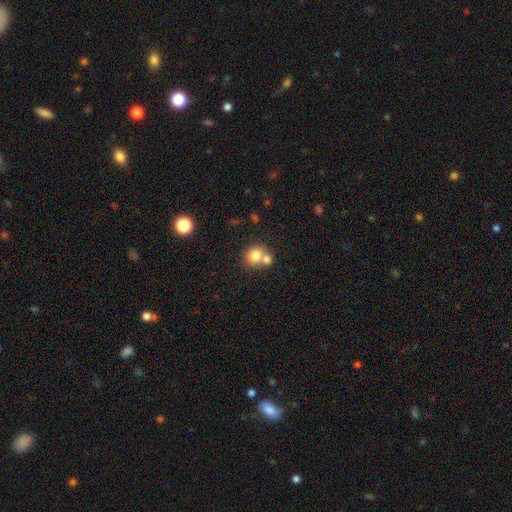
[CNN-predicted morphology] Smooth or featured? smooth (77%)
How rounded? round (83%)
Merging? merger (47%)